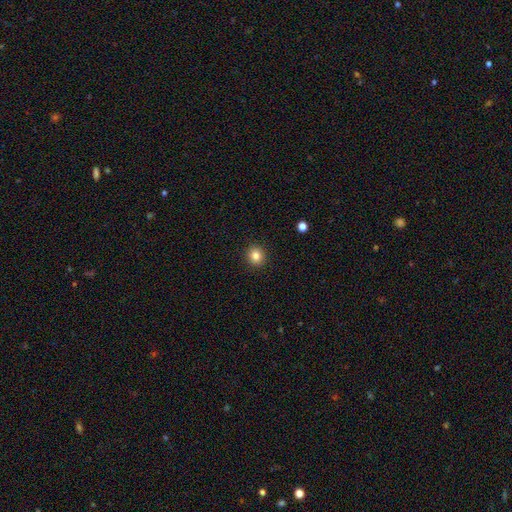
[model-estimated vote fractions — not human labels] A smooth galaxy with no disk features (84%) that is round (86%).

Vote fractions:
- Smooth or featured? smooth: 84% / star or artifact: 11% / featured or disk: 6%
- How rounded? round: 86% / in between: 13% / cigar-shaped: 1%
- Merging? none: 92% / minor disturbance: 5% / major disturbance: 2% / merger: 1%